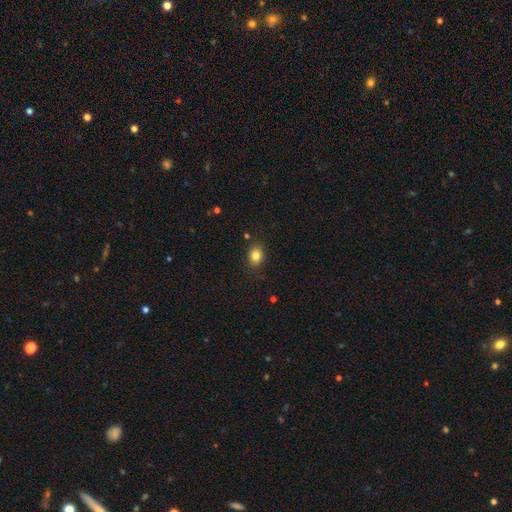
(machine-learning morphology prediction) This is clearly a smooth galaxy (82%). How rounded: possibly in between (54%). Merging: clearly none (85%).